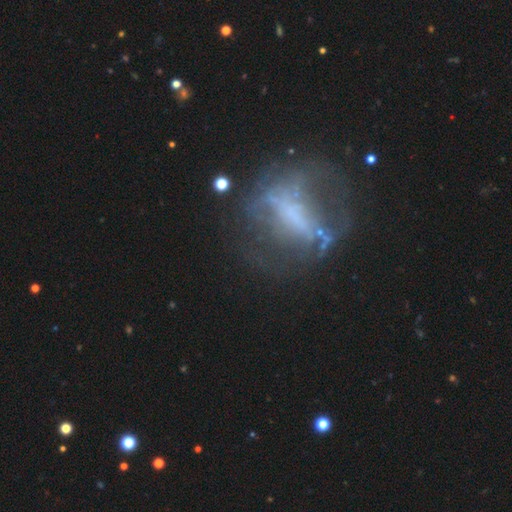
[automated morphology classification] featured or disk 59%, star or artifact 21%, smooth 20%. Down the decision tree: edge-on disk — no (70%); merging — none (54%).